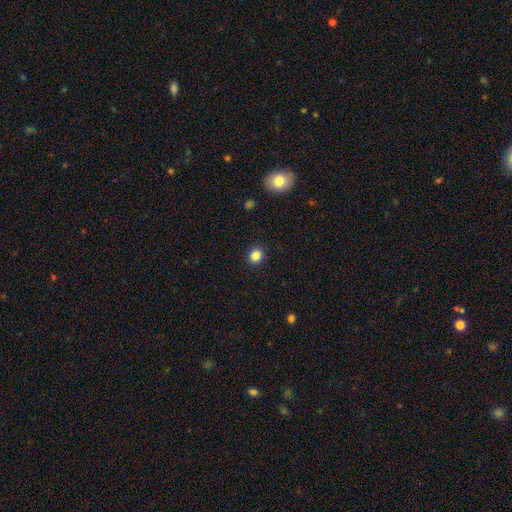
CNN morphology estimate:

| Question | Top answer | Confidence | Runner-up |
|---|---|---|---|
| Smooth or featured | smooth | 85% | star or artifact (11%) |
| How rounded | round | 83% | in between (16%) |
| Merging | none | 92% | minor disturbance (5%) |